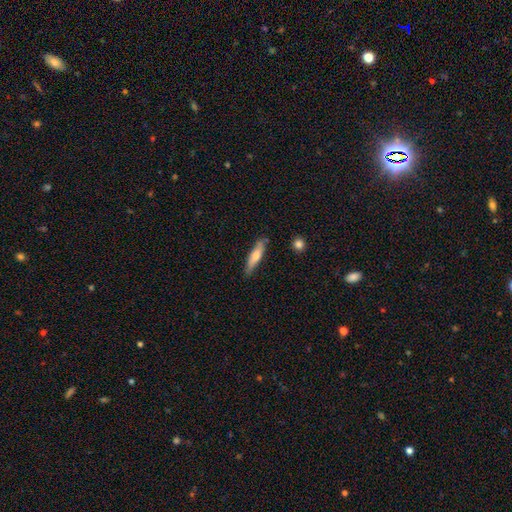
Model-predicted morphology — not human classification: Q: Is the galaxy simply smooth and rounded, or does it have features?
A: smooth — 64%.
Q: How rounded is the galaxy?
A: cigar-shaped — 78%.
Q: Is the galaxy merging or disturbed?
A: none — 79%.